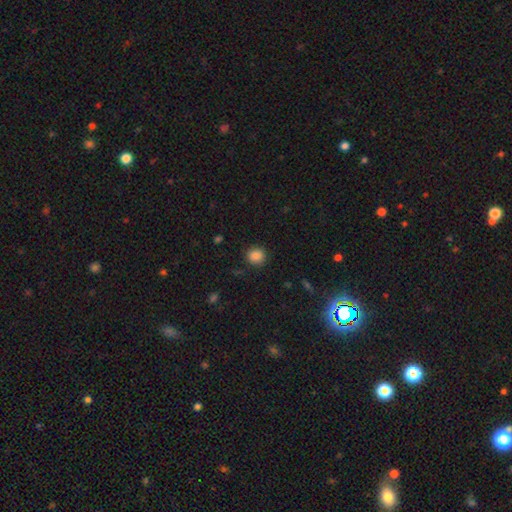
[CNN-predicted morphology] Smooth or featured?
  - smooth: 86% *
  - star or artifact: 10%
  - featured or disk: 4%
How rounded?
  - round: 86% *
  - in between: 13%
  - cigar-shaped: 1%
Merging?
  - none: 88% *
  - minor disturbance: 8%
  - major disturbance: 3%
  - merger: 1%